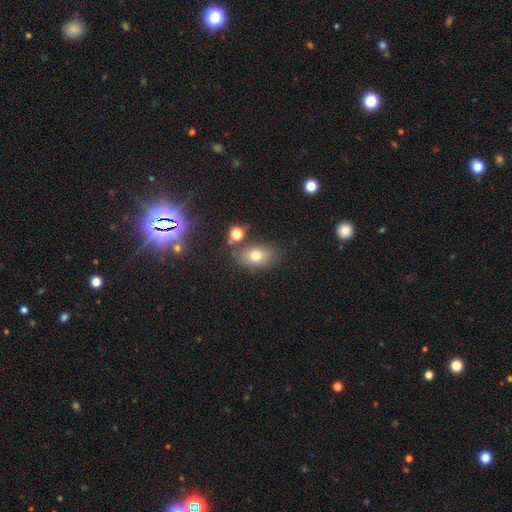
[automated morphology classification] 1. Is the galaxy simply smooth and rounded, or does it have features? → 73% smooth, 13% featured or disk, 13% star or artifact.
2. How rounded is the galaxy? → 78% in between, 20% round, 2% cigar-shaped.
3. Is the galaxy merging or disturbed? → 69% none, 15% minor disturbance, 10% merger, 6% major disturbance.